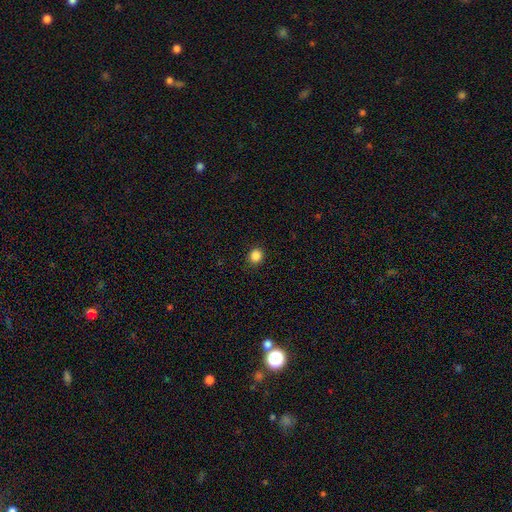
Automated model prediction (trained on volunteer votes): This is clearly a smooth galaxy (86%). How rounded: clearly round (85%). Merging: clearly none (91%).